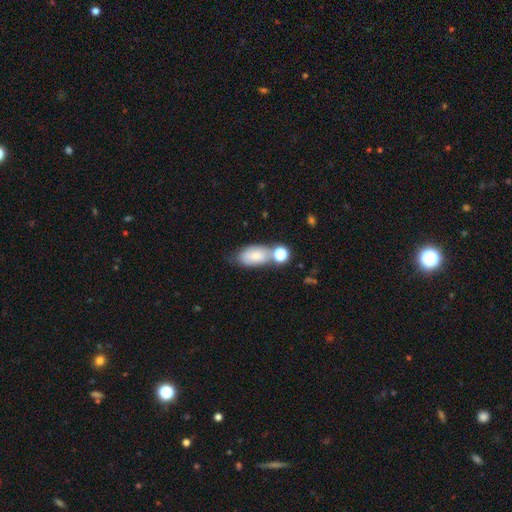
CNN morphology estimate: Q: Smooth or featured?
A: smooth (76%); runner-up: featured or disk (15%)
Q: How rounded?
A: in between (89%); runner-up: round (7%)
Q: Merging?
A: none (47%); runner-up: merger (26%)